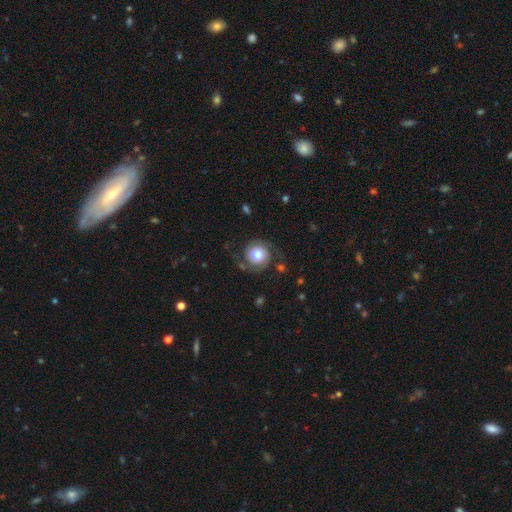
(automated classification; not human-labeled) Smooth or featured?
  - featured or disk: 50% *
  - smooth: 41%
  - star or artifact: 9%
Merging?
  - none: 74% *
  - minor disturbance: 14%
  - major disturbance: 11%
  - merger: 2%